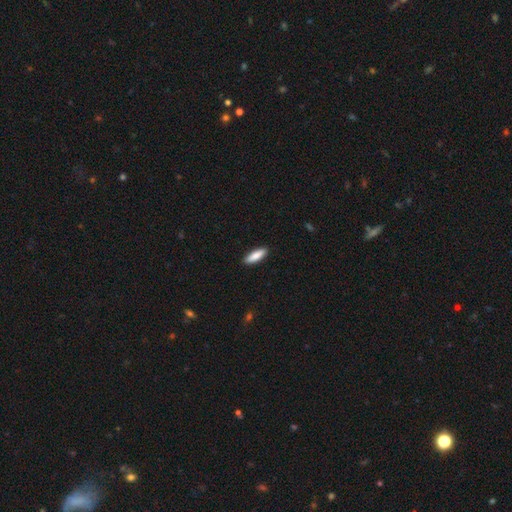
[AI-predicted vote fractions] Smooth or featured: smooth — 85% (featured or disk — 9%)
How rounded: cigar-shaped — 50% (in between — 48%)
Merging: none — 90% (minor disturbance — 7%)